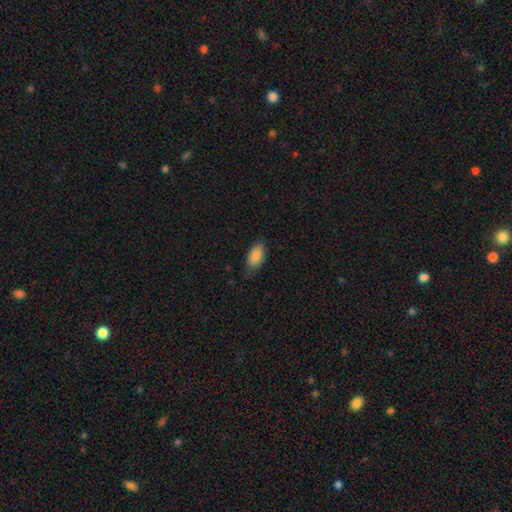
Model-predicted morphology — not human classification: Smooth or featured? Predicted: smooth (p=0.88). How rounded? Predicted: in between (p=0.93). Merging? Predicted: none (p=0.73).